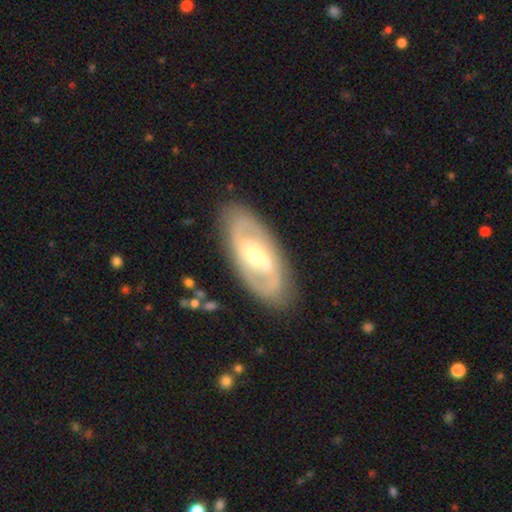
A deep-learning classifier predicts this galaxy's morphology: Smooth or featured: featured or disk — 76% (smooth — 19%)
Edge-on disk: no — 91% (yes — 9%)
Bar: weak — 43% (strong — 31%)
Spiral arms: yes — 71% (no — 29%)
Bulge size: moderate — 53% (small — 40%)
Merging: none — 82% (minor disturbance — 12%)